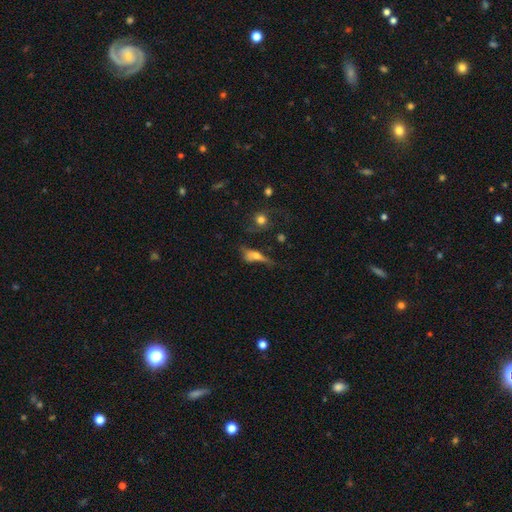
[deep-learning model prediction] The model was most divided on "merging": none: 33%, major disturbance: 31%, minor disturbance: 24%, merger: 11%. Remaining: smooth or featured — smooth (48%).